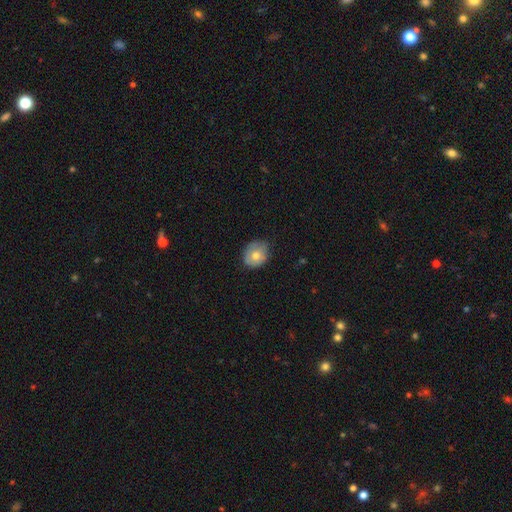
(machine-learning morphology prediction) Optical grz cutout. It shows a smooth galaxy with no disk features (69%) that is round (63%). Merging: none (66%).